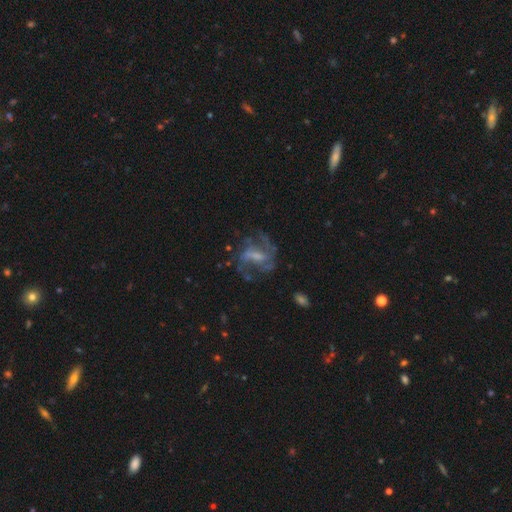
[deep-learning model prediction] This appears to be a featured or disk galaxy (77%) with a weak bar (47%), 2 (40%) medium (47%) spiral arms (84%) and a small central bulge (32%). Merging: none (57%).